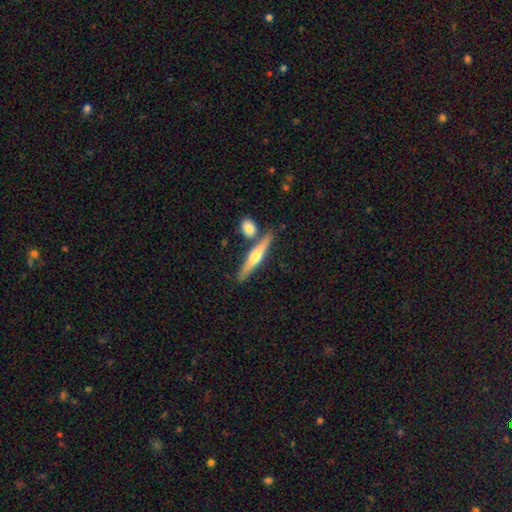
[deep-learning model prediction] smooth_or_featured: featured or disk (p=0.60) [alt: smooth p=0.34]
disk_edge_on: yes (p=0.96) [alt: no p=0.04]
edge_on_bulge: rounded (p=0.85) [alt: none p=0.08]
merging: none (p=0.76) [alt: merger p=0.13]